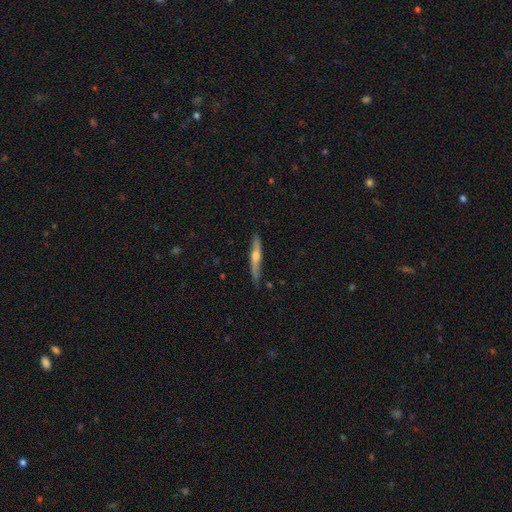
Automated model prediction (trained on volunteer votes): Smooth or featured? featured or disk (61%)
Edge-on disk? yes (94%)
Edge-on bulge? rounded (87%)
Merging? none (82%)